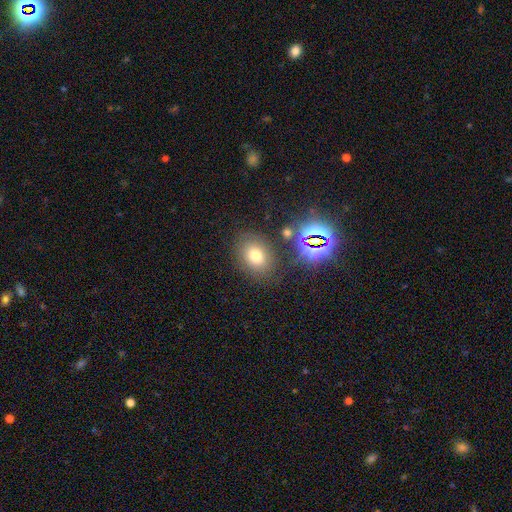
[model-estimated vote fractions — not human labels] A smooth galaxy with no disk features (69%) that is in between round and cigar-shaped (54%). Merging: none (78%).